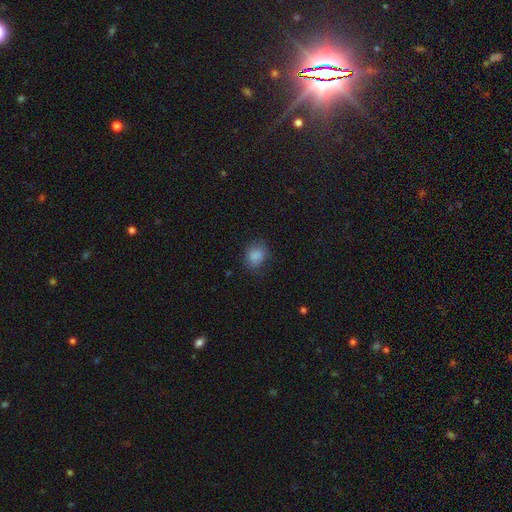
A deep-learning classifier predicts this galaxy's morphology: Smooth or featured? smooth (83%)
How rounded? round (53%)
Merging? none (69%)